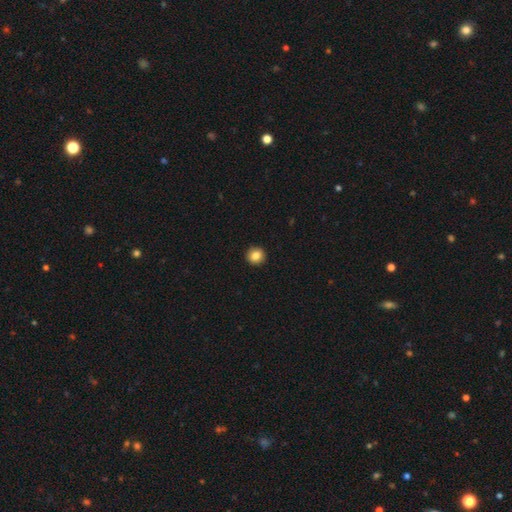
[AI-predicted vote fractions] A smooth galaxy with no disk features (84%) that is round (94%). Merging: none (94%).